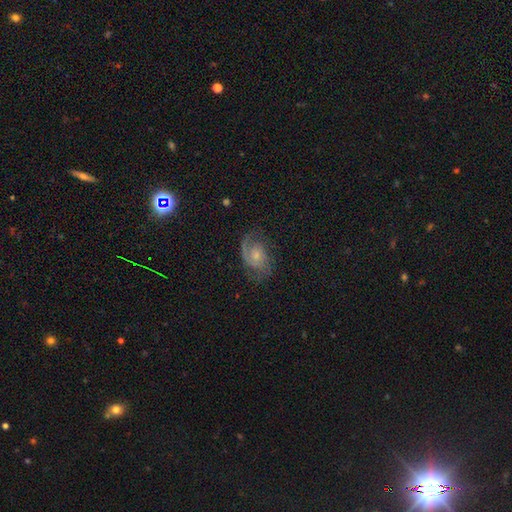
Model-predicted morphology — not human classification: Overall: featured or disk (79%). Edge-on disk: no (97%). Bar: no (70%). Spiral arms: yes (94%). Spiral arm count: 2 (62%). Spiral winding: medium (46%; tight 33%). Bulge size: small (57%; moderate 32%). Merging: none (66%).